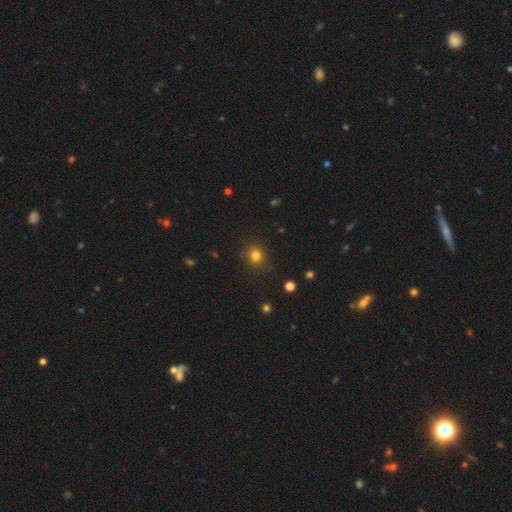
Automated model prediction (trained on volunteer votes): This appears to be a smooth galaxy with no disk features (79%) that is round (82%). Merging: none (87%).